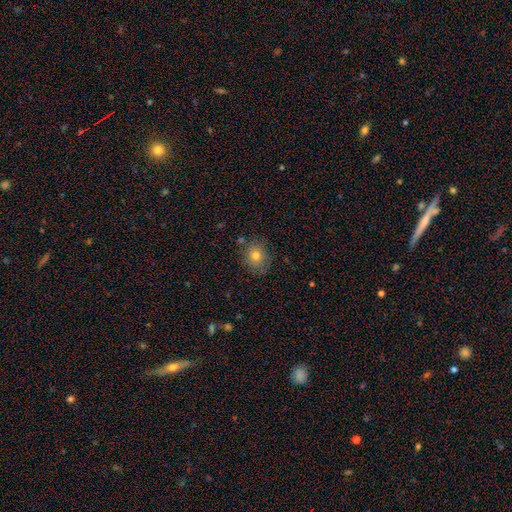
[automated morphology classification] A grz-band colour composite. It shows a smooth galaxy with no disk features (76%) that is round (72%). Merging: none (79%).